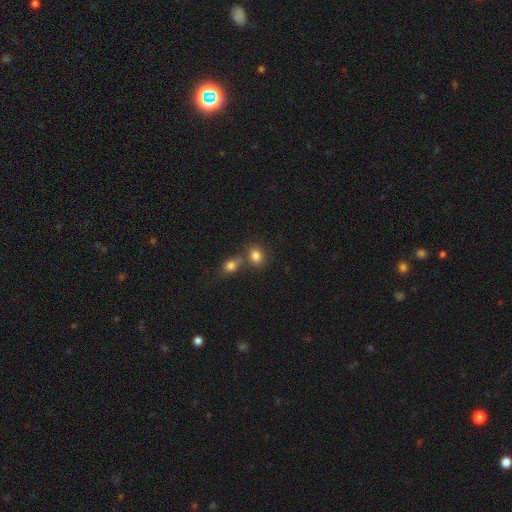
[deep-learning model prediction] Q: Smooth or featured?
A: smooth (82%); runner-up: star or artifact (11%)
Q: How rounded?
A: round (61%); runner-up: in between (38%)
Q: Merging?
A: none (51%); runner-up: merger (36%)